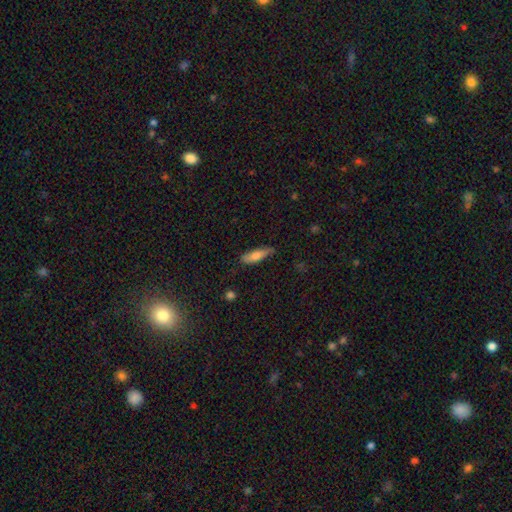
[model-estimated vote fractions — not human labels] This is likely a smooth galaxy (75%). How rounded: possibly cigar-shaped (58%). Merging: likely none (70%).